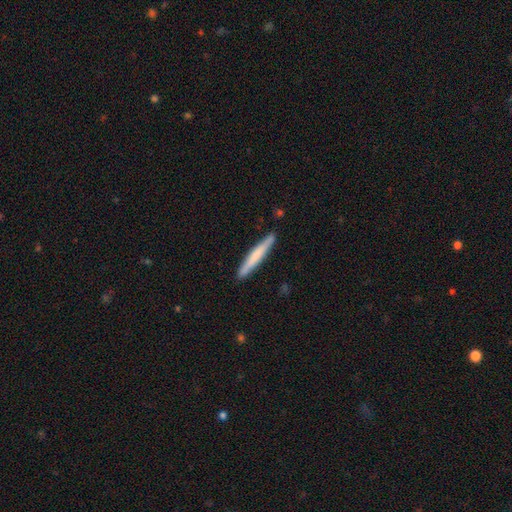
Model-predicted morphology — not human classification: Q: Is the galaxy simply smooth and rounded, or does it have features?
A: smooth — 65%.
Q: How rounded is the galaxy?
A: cigar-shaped — 96%.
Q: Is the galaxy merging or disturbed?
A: none — 89%.